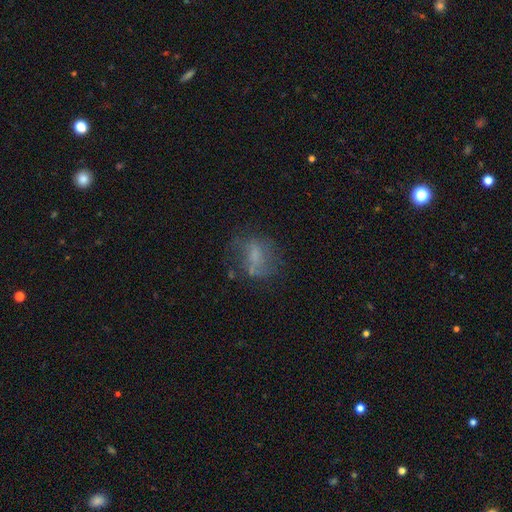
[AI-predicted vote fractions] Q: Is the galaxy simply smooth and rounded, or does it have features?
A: smooth — 47%.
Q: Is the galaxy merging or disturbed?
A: none — 51%.